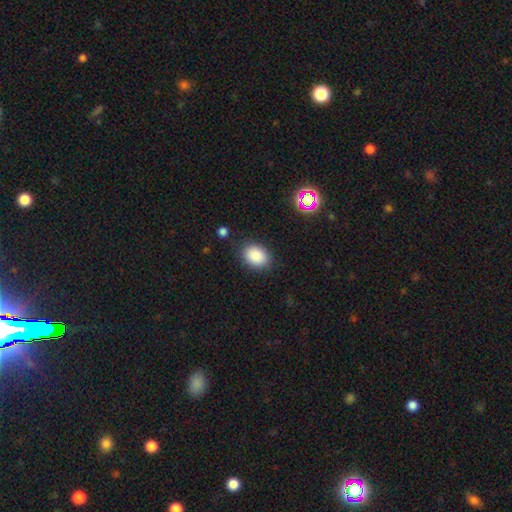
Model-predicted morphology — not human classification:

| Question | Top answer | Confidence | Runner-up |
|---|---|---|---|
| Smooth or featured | smooth | 88% | star or artifact (9%) |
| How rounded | in between | 72% | round (27%) |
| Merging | none | 84% | minor disturbance (11%) |